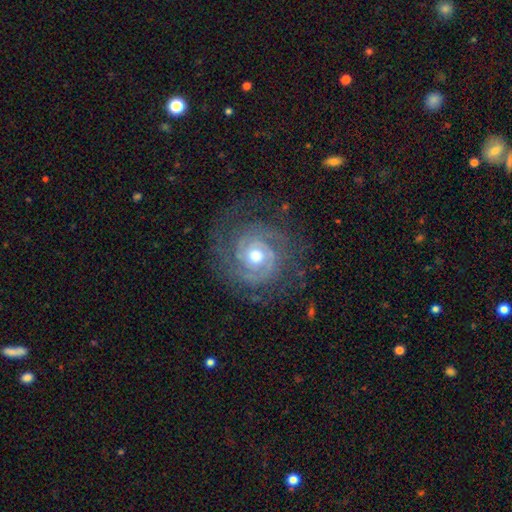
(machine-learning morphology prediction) Smooth or featured? featured or disk (88%)
Edge-on disk? no (98%)
Bar? no (71%)
Spiral arms? yes (97%)
Spiral winding? tight (70%)
Spiral arm count? 2 (50%)
Bulge size? moderate (70%)
Merging? none (73%)